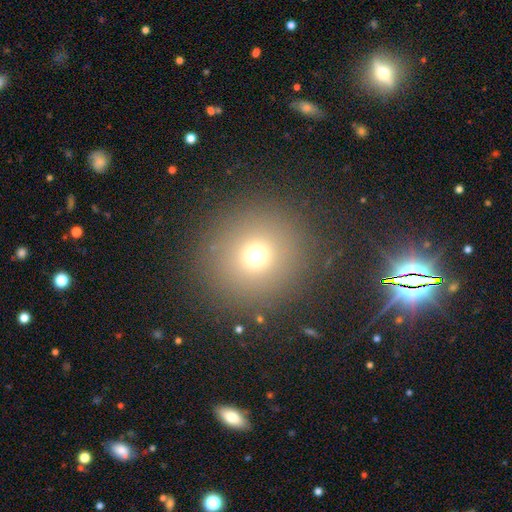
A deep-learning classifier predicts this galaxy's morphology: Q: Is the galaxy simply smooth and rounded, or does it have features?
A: smooth — 69%.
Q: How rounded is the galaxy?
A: round — 94%.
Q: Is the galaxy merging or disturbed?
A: none — 89%.